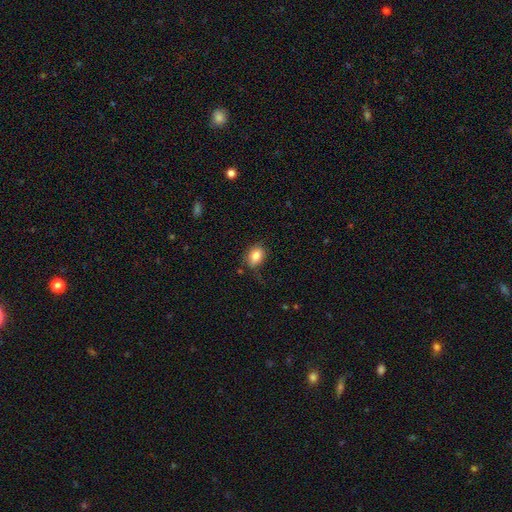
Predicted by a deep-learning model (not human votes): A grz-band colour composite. It shows a smooth galaxy with no disk features (83%) that is in between round and cigar-shaped (69%). Merging: none (71%).